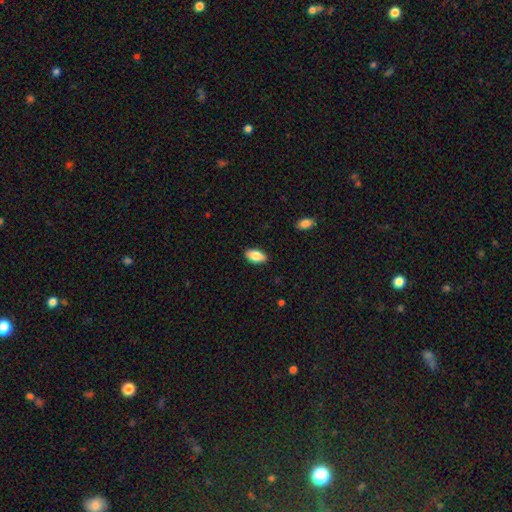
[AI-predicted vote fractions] A smooth galaxy with no disk features (84%) that is in between round and cigar-shaped (93%).

Vote fractions:
- Smooth or featured? smooth: 84% / featured or disk: 9% / star or artifact: 7%
- How rounded? in between: 93% / cigar-shaped: 4% / round: 4%
- Merging? none: 88% / minor disturbance: 9% / major disturbance: 2% / merger: 1%